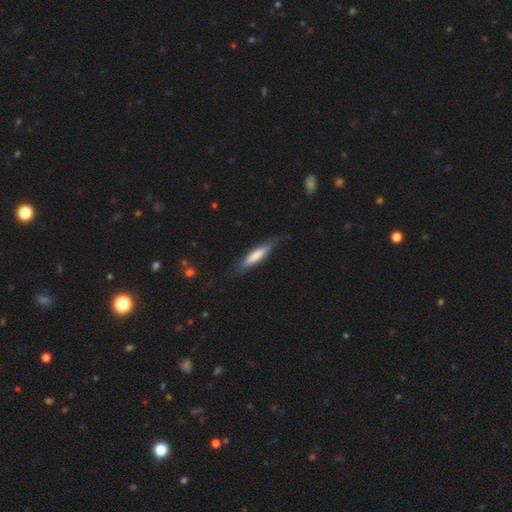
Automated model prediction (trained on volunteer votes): Q: Smooth or featured?
A: smooth (71%); runner-up: featured or disk (24%)
Q: How rounded?
A: cigar-shaped (83%); runner-up: in between (16%)
Q: Merging?
A: none (78%); runner-up: minor disturbance (17%)